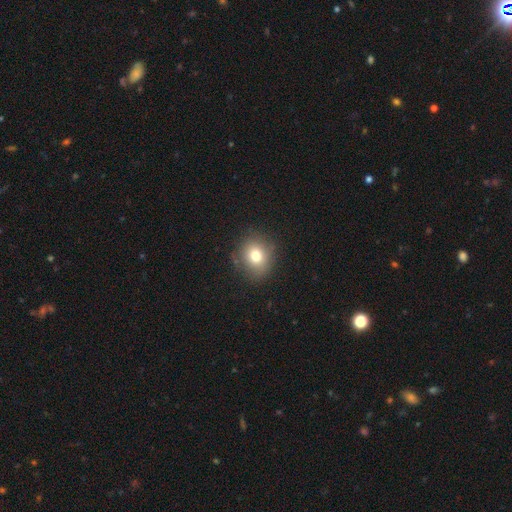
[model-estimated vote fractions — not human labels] Overall: smooth (76%). How rounded: round (74%). Merging: none (84%).